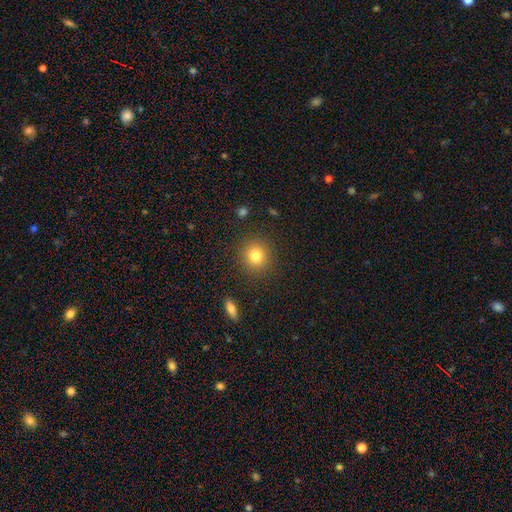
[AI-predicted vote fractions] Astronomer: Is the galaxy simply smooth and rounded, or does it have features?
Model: smooth — 81%.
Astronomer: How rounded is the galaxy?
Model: round — 90%.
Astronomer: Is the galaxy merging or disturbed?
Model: none — 89%.